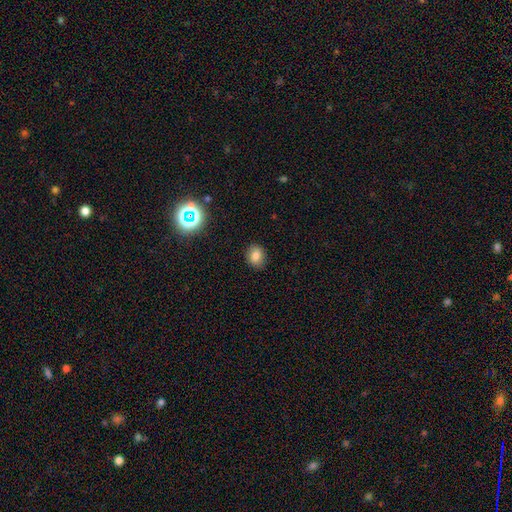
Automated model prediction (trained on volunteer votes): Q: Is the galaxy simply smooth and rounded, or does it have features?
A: smooth — 79%.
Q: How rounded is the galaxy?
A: round — 54%.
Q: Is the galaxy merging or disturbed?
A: none — 88%.